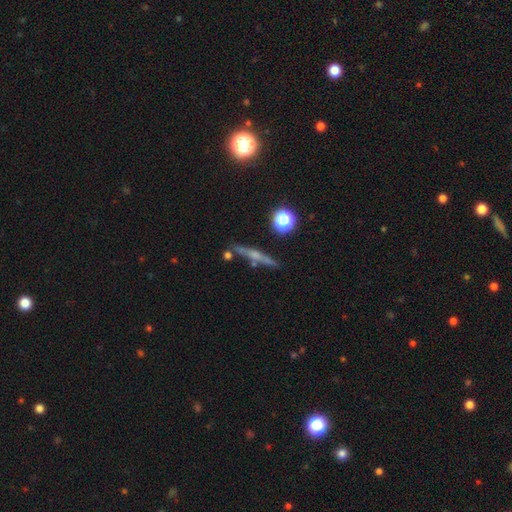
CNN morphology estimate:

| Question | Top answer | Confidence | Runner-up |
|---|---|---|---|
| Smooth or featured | featured or disk | 59% | smooth (28%) |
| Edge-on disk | yes | 96% | no (4%) |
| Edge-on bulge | rounded | 65% | none (26%) |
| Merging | none | 83% | minor disturbance (10%) |